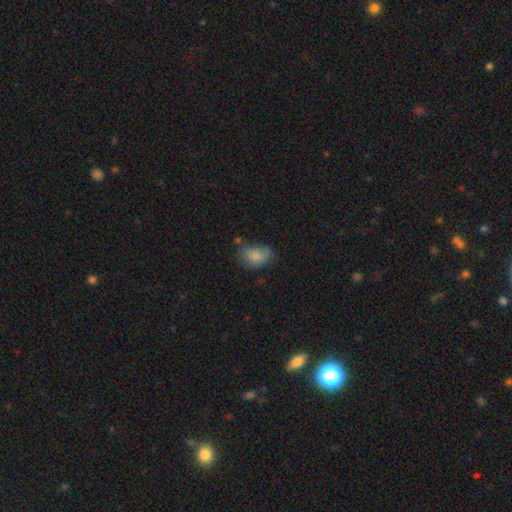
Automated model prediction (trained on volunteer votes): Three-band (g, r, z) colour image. It shows a smooth galaxy with no disk features (81%) that is in between round and cigar-shaped (82%). Merging: none (58%).